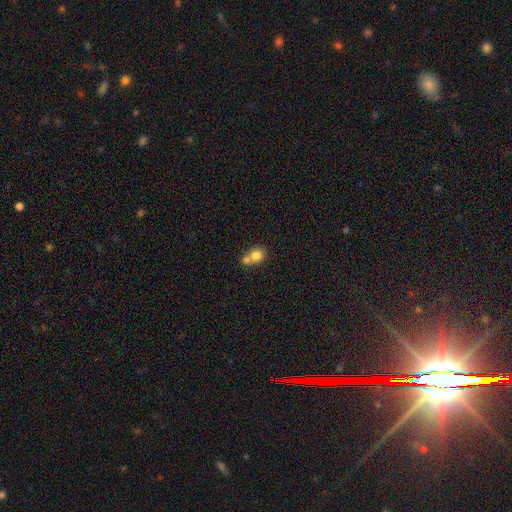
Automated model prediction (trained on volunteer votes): A smooth galaxy with no disk features (79%) that is round (75%). Merging: merger (58%).